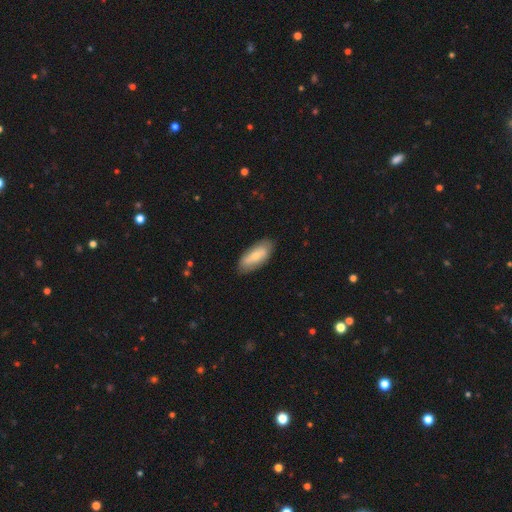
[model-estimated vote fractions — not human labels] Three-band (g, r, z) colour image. It shows a smooth galaxy with no disk features (68%) that is in between round and cigar-shaped (80%). Merging: none (82%).